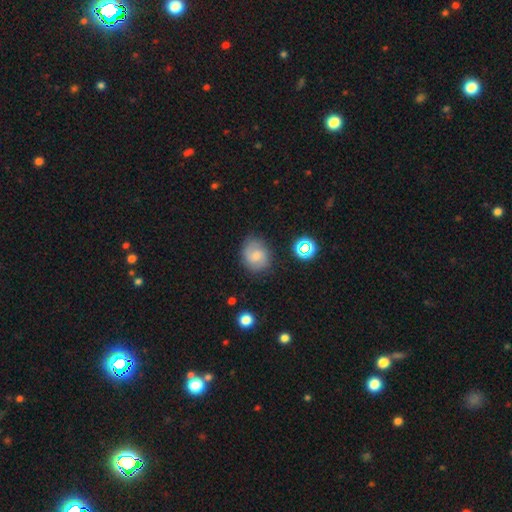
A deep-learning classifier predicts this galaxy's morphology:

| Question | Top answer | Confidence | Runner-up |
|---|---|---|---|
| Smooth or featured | featured or disk | 45% | smooth (44%) |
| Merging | none | 74% | minor disturbance (18%) |